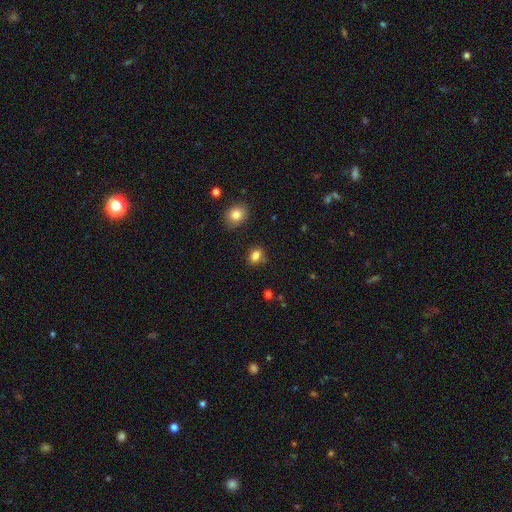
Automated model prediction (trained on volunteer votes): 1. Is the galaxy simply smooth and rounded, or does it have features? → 83% smooth, 11% star or artifact, 6% featured or disk.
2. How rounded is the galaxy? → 52% in between, 46% round, 1% cigar-shaped.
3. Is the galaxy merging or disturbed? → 77% none, 15% minor disturbance, 4% merger, 4% major disturbance.